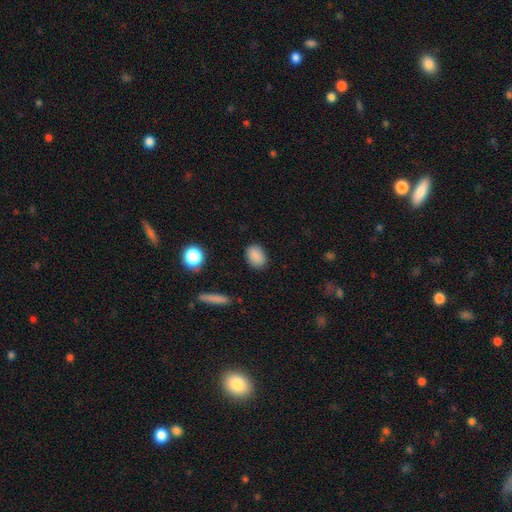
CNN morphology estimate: Overall: smooth (87%). How rounded: in between (76%). Merging: none (87%).